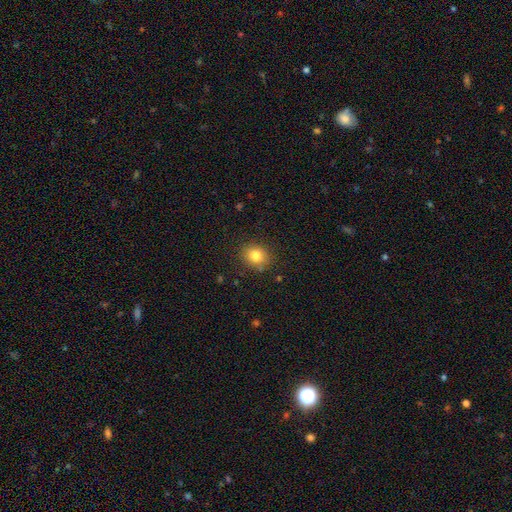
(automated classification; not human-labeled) This is clearly a smooth galaxy (81%). How rounded: likely round (71%). Merging: clearly none (86%).